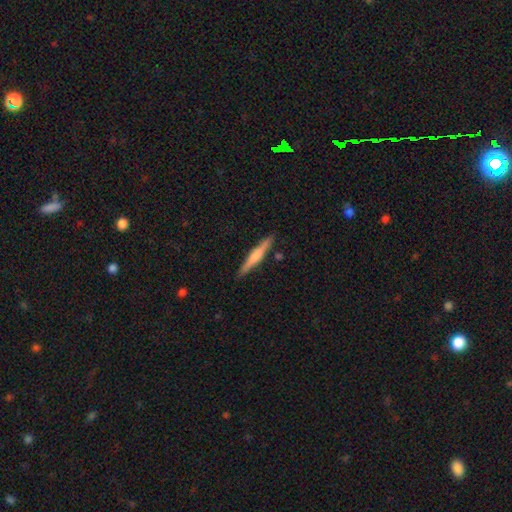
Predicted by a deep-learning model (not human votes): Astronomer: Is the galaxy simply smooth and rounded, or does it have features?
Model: featured or disk — 47%, tied with smooth at 47%.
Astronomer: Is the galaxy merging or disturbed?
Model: none — 88%.